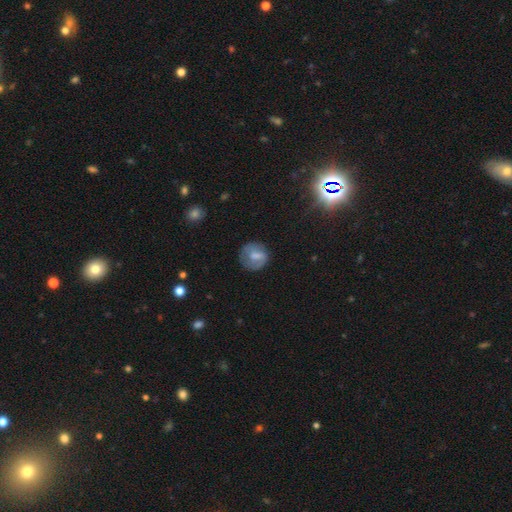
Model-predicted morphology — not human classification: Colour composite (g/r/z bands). It shows a smooth galaxy with no disk features (61%) that is round (83%). Merging: none (69%).